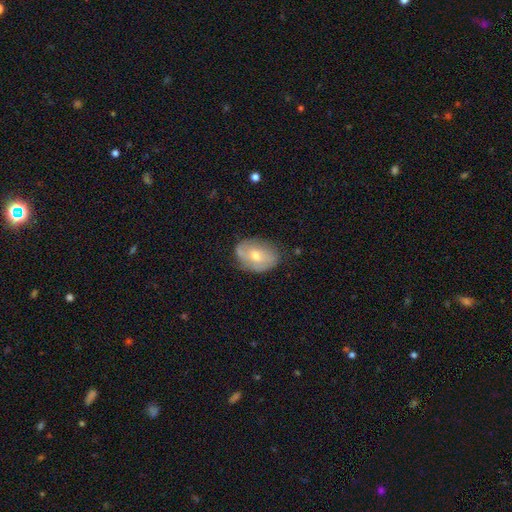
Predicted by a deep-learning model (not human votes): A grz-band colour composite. It shows a smooth galaxy with no disk features (47%). Merging: none (68%).